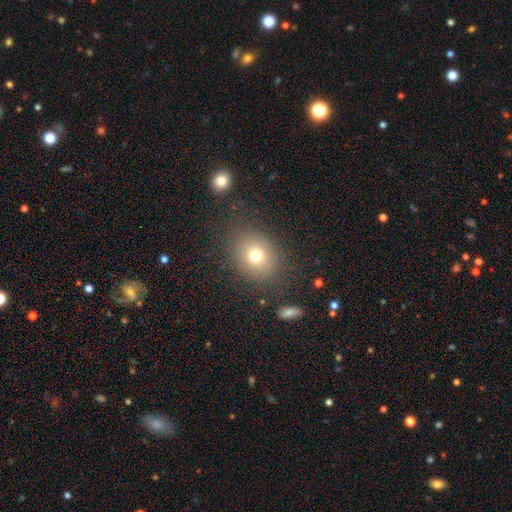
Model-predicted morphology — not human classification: The model was most divided on "how rounded": round: 56%, in between: 43%, cigar-shaped: 1%. More confident: merging — none (80%); smooth or featured — smooth (74%).